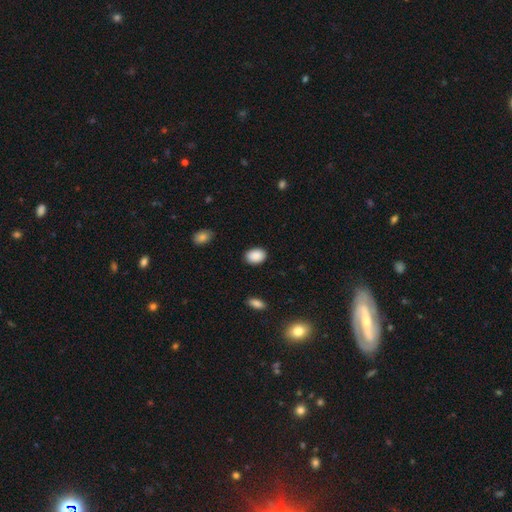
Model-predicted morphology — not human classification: Smooth or featured? Predicted: smooth (p=0.90). How rounded? Predicted: in between (p=0.75). Merging? Predicted: none (p=0.88).